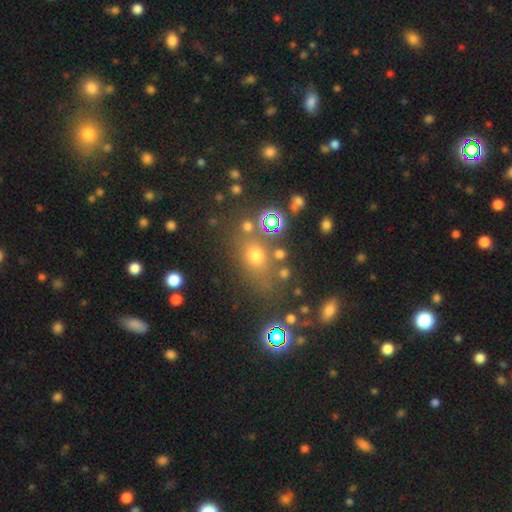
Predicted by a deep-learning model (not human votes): The model was most divided on "how rounded": round: 49%, in between: 47%, cigar-shaped: 4%. More confident: merging — none (70%); smooth or featured — smooth (56%).